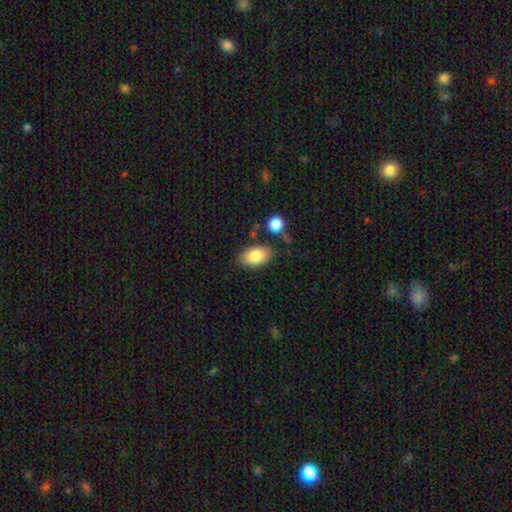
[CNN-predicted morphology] smooth_or_featured: smooth (p=0.85) [alt: featured or disk p=0.09]
how_rounded: in between (p=0.92) [alt: round p=0.06]
merging: none (p=0.76) [alt: minor disturbance p=0.14]